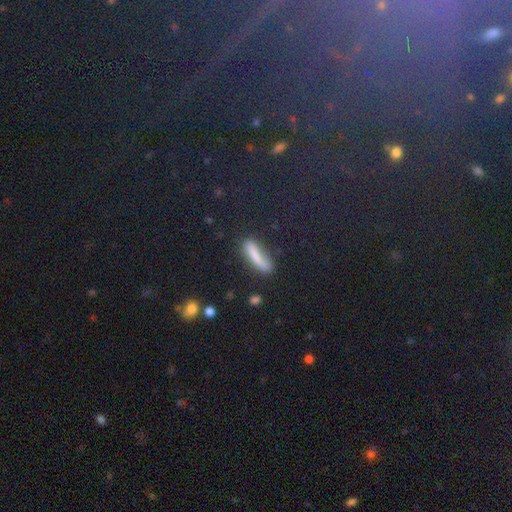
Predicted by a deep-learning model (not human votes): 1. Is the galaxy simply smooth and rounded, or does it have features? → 74% smooth, 15% featured or disk, 11% star or artifact.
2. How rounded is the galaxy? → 78% cigar-shaped, 19% in between, 3% round.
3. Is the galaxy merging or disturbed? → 65% none, 22% minor disturbance, 8% major disturbance, 5% merger.